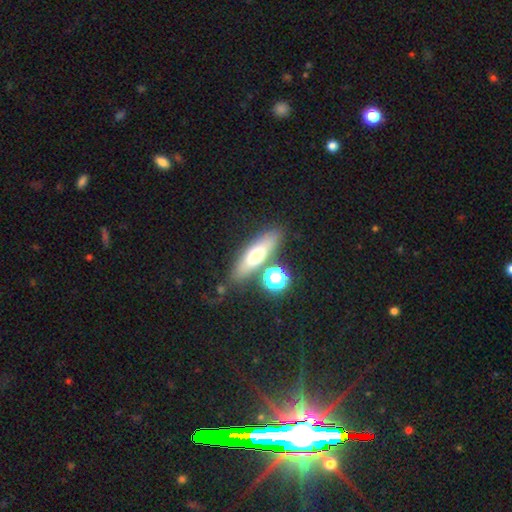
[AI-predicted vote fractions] Q: Smooth or featured?
A: smooth (57%); runner-up: featured or disk (32%)
Q: How rounded?
A: cigar-shaped (56%); runner-up: in between (38%)
Q: Merging?
A: none (74%); runner-up: minor disturbance (12%)